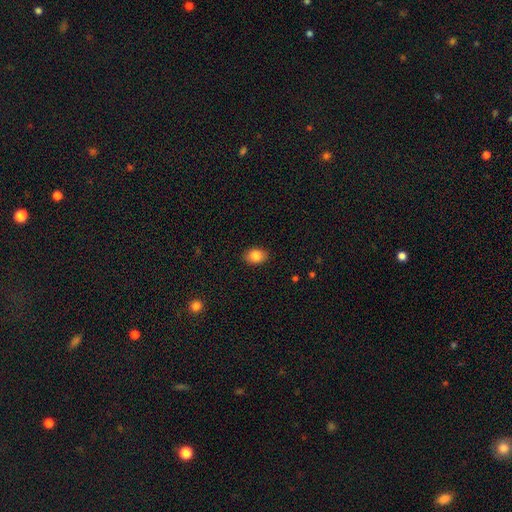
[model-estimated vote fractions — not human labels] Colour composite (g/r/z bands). It shows a smooth galaxy with no disk features (85%) that is in between round and cigar-shaped (71%). Merging: none (88%).